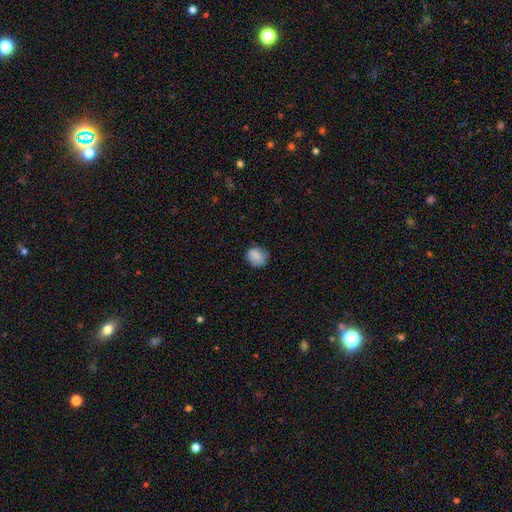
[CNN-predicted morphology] Smooth or featured? smooth (86%)
How rounded? round (71%)
Merging? none (77%)